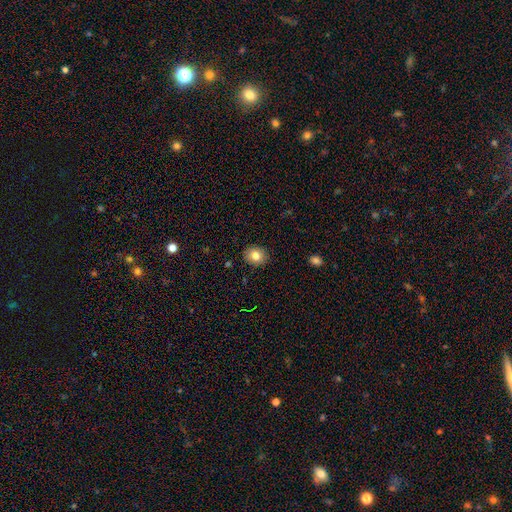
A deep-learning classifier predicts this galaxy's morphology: smooth 82%, star or artifact 10%, featured or disk 9%. Down the decision tree: how rounded — round (60%); merging — none (89%).